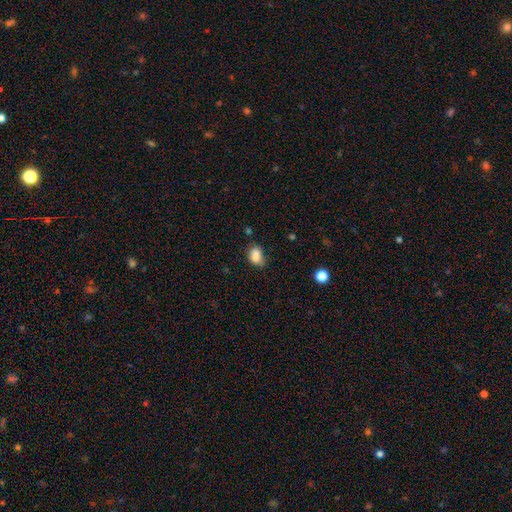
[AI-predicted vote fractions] This is clearly a smooth galaxy (81%). How rounded: likely in between (73%). Merging: possibly none (50%).